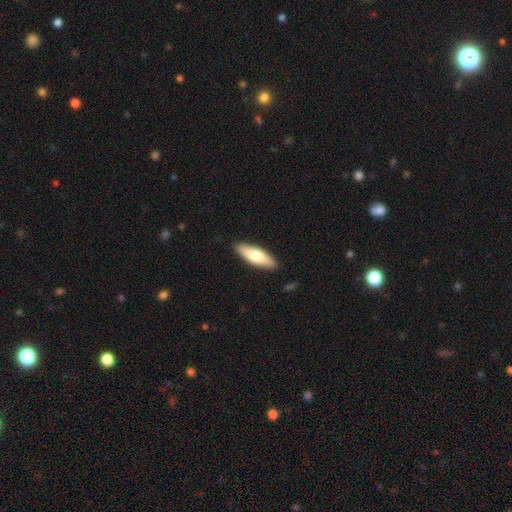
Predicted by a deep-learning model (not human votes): The model was most divided on "how rounded": in between: 51%, cigar-shaped: 47%, round: 2%. More confident: merging — none (89%); smooth or featured — smooth (70%).